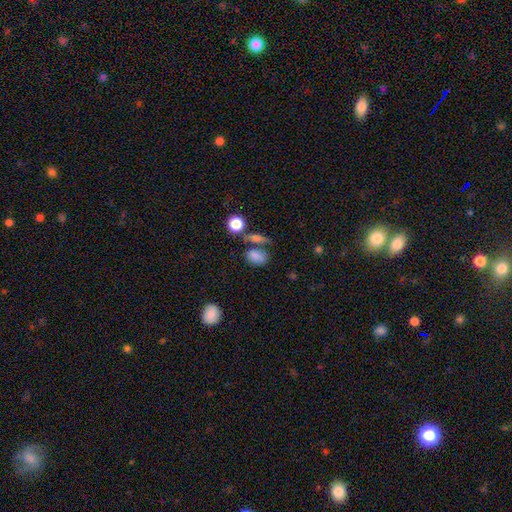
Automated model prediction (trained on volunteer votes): Morphology: type=smooth (79%); roundness=in between (80%); merging=none (53%).